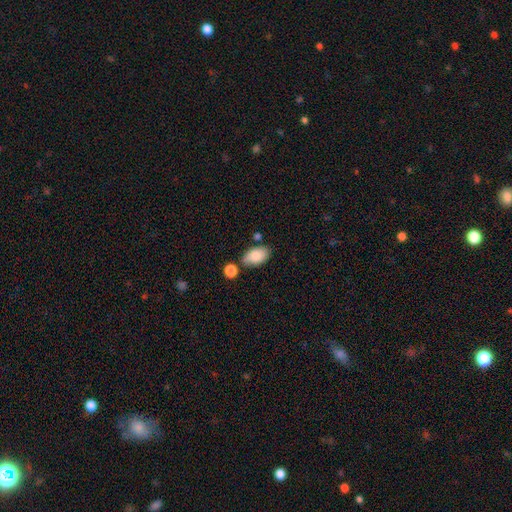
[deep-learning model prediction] Smooth or featured? smooth (83%)
How rounded? in between (93%)
Merging? none (69%)